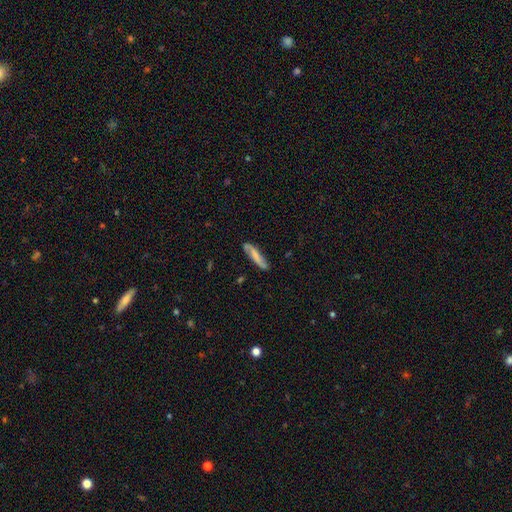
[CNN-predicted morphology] smooth 65%, featured or disk 29%, star or artifact 6%. Down the decision tree: how rounded — cigar-shaped (83%); merging — none (71%).